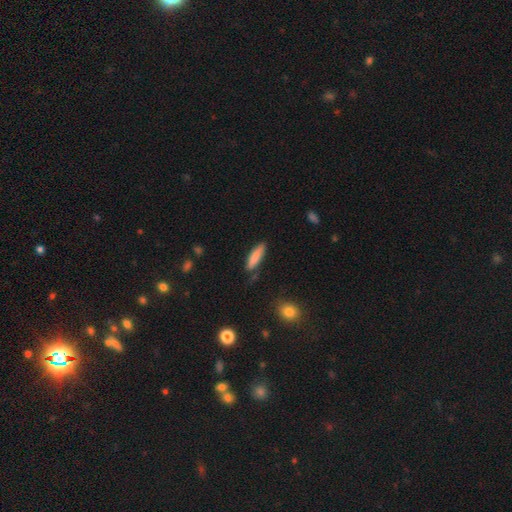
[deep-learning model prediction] Smooth or featured? smooth (83%)
How rounded? cigar-shaped (69%)
Merging? none (72%)